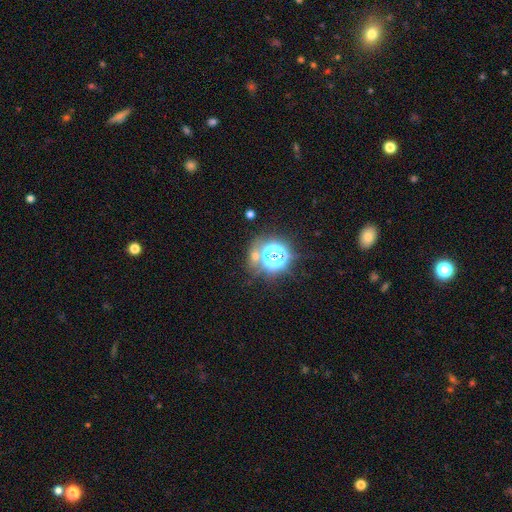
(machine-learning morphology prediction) smooth-or-featured: star or artifact: 50% | smooth: 38% | featured or disk: 12%